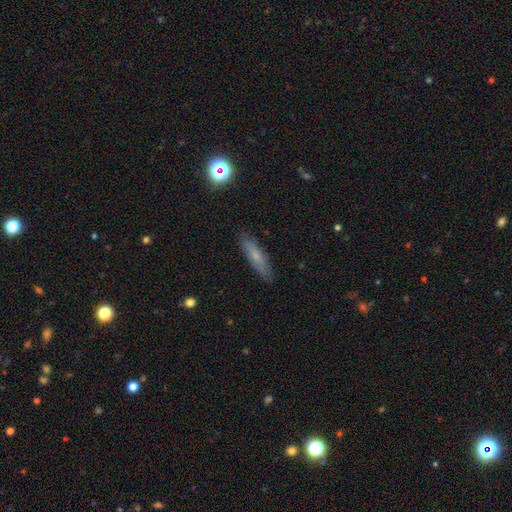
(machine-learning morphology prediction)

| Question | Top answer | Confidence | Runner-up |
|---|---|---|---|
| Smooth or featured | smooth | 64% | featured or disk (27%) |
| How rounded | cigar-shaped | 70% | in between (28%) |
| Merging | none | 84% | minor disturbance (12%) |